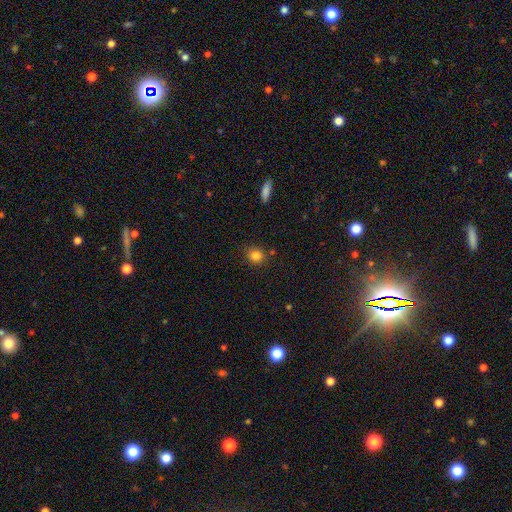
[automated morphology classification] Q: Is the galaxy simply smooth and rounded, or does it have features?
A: smooth — 83%.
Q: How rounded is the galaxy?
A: round — 80%.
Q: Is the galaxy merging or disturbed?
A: none — 82%.